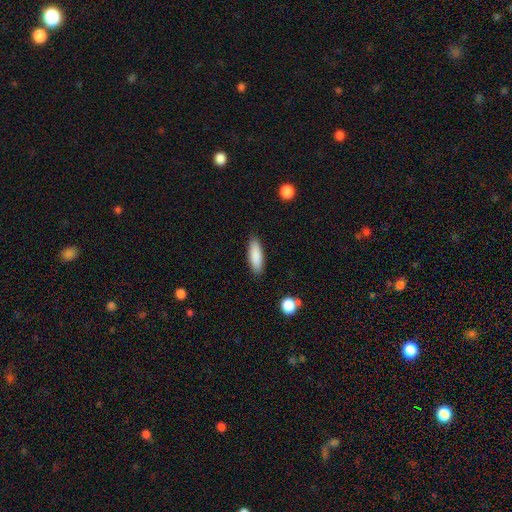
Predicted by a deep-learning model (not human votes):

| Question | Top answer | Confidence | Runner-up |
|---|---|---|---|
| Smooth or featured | smooth | 87% | featured or disk (7%) |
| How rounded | in between | 51% | cigar-shaped (48%) |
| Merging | none | 87% | minor disturbance (9%) |